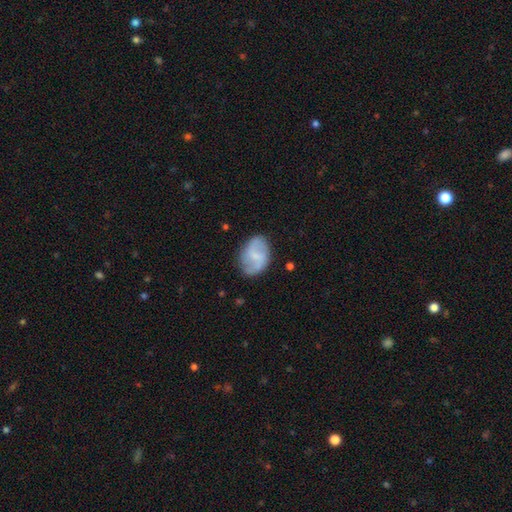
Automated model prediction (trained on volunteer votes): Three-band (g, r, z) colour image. It shows a featured or disk galaxy (58%) with a weak bar (53%), spiral arms (82%) and a small central bulge (46%). Merging: none (75%).